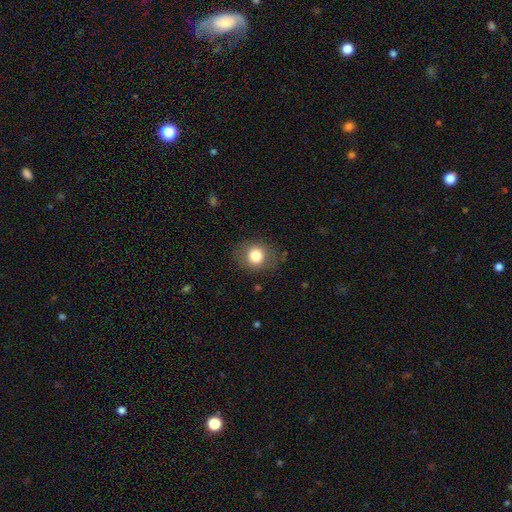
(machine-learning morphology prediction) smooth-or-featured: smooth: 80% | featured or disk: 10% | star or artifact: 10%
  how-rounded: round: 75% | in between: 24% | cigar-shaped: 1%
  merging: none: 83% | minor disturbance: 12% | major disturbance: 5% | merger: 1%